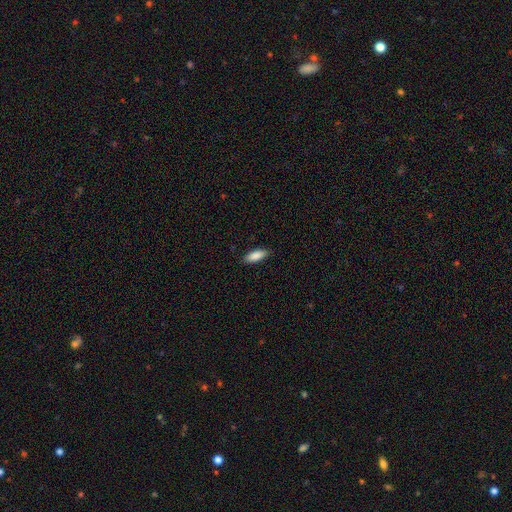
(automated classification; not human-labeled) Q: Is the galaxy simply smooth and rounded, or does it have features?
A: smooth — 88%.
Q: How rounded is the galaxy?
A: in between — 71%.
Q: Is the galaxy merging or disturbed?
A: none — 87%.